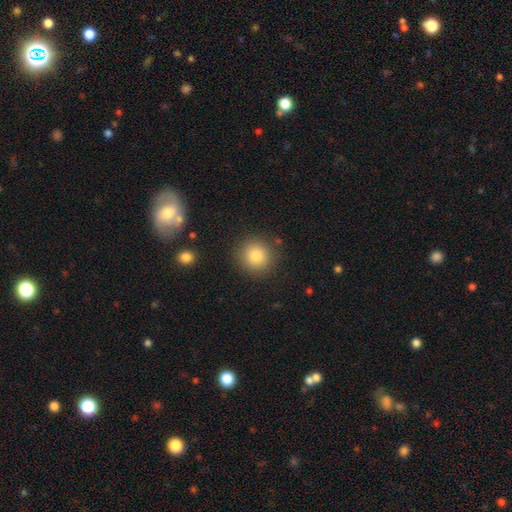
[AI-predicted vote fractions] Overall: smooth (84%). How rounded: round (92%). Merging: none (88%).